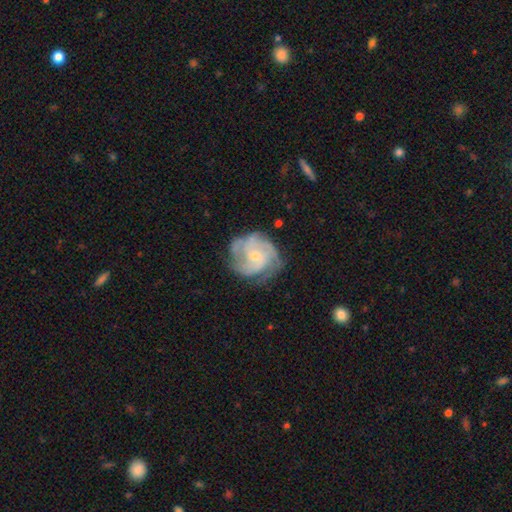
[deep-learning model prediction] This is clearly a featured or disk galaxy (82%). It is clearly not viewed edge-on (98%). Bar: likely no (68%). Spiral arm pattern: clearly yes (94%). Spiral arm count: marginally 3 (35%). Spiral winding: possibly tight (53%). Central bulge: likely small (63%). Merging: likely none (65%).